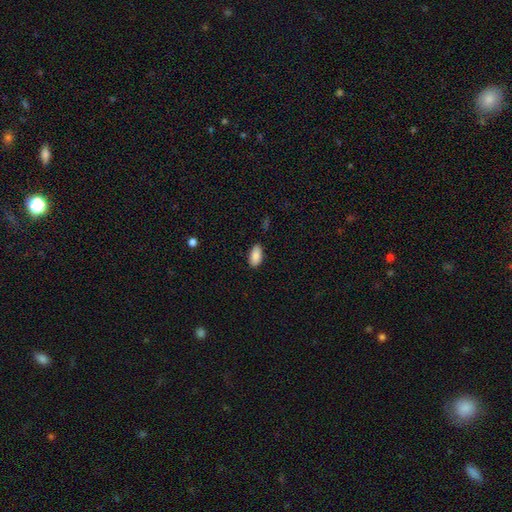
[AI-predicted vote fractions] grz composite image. It shows a smooth galaxy with no disk features (89%) that is in between round and cigar-shaped (92%). Merging: none (86%).